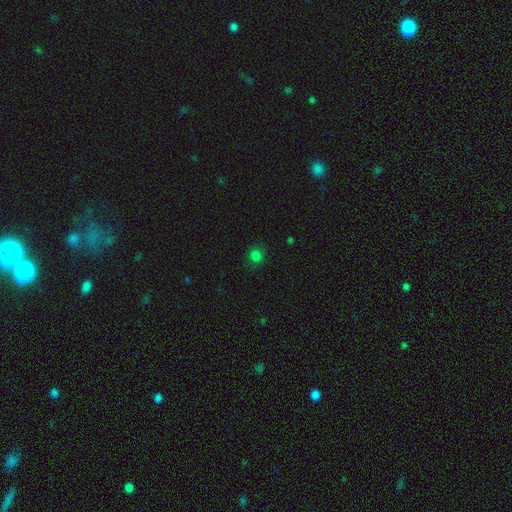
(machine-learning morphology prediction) type=smooth (79%); roundness=round (82%); merging=none (83%).